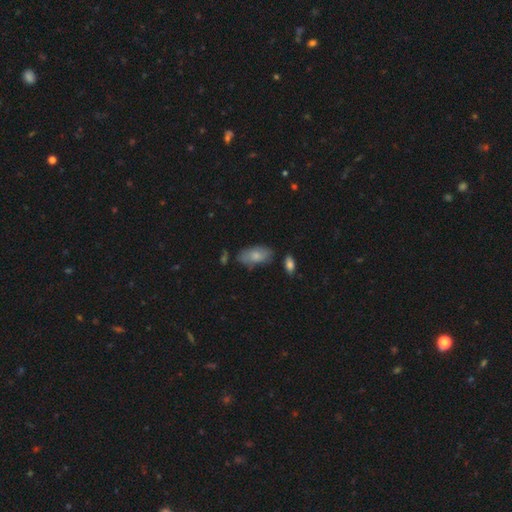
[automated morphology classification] This is likely a smooth galaxy (77%). How rounded: clearly in between (92%). Merging: likely none (67%).